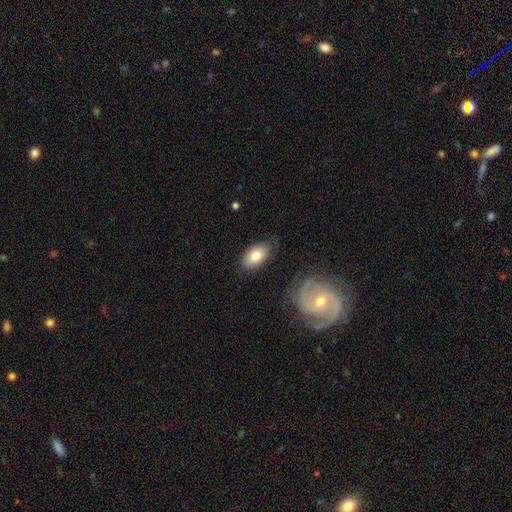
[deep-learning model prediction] smooth 79%, featured or disk 14%, star or artifact 7%. Down the decision tree: how rounded — in between (93%); merging — none (79%).